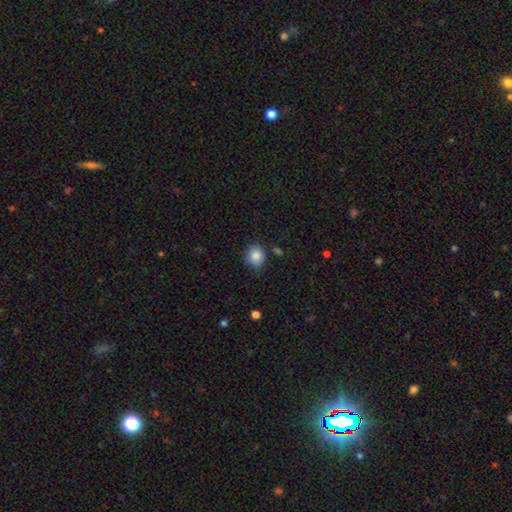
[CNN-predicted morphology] smooth-or-featured: smooth: 85% | star or artifact: 9% | featured or disk: 6%
  how-rounded: round: 73% | in between: 26% | cigar-shaped: 1%
  merging: none: 74% | minor disturbance: 19% | major disturbance: 4% | merger: 3%